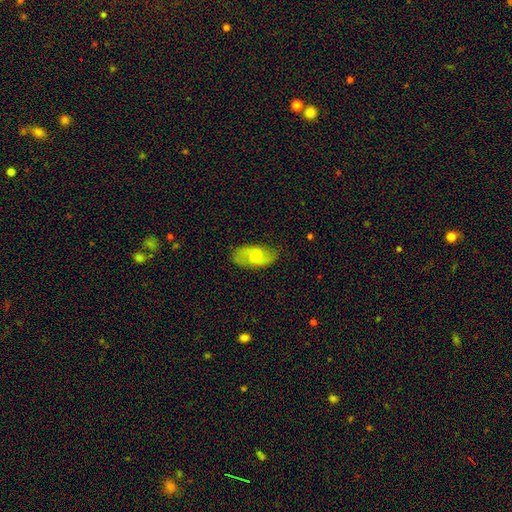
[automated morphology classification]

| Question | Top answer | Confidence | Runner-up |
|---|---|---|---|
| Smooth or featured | featured or disk | 53% | smooth (40%) |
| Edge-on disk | no | 95% | yes (5%) |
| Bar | weak | 47% | no (44%) |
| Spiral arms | yes | 87% | no (13%) |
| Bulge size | moderate | 33% | small (31%) |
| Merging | none | 77% | minor disturbance (17%) |